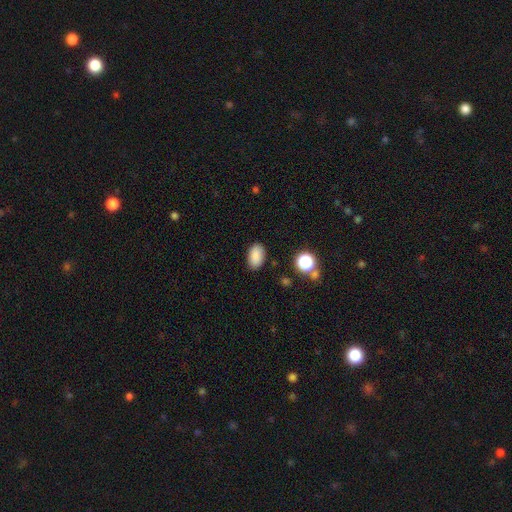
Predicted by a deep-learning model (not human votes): This is clearly a smooth galaxy (87%). How rounded: clearly in between (90%). Merging: clearly none (86%).